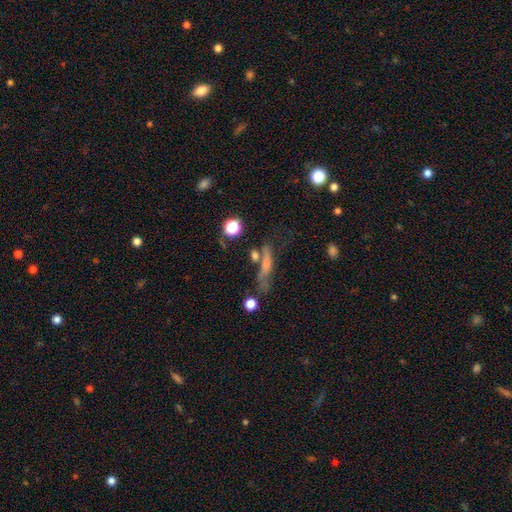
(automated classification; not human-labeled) This appears to be a smooth galaxy with no disk features (56%) that is cigar-shaped (68%). Merging: none (50%).